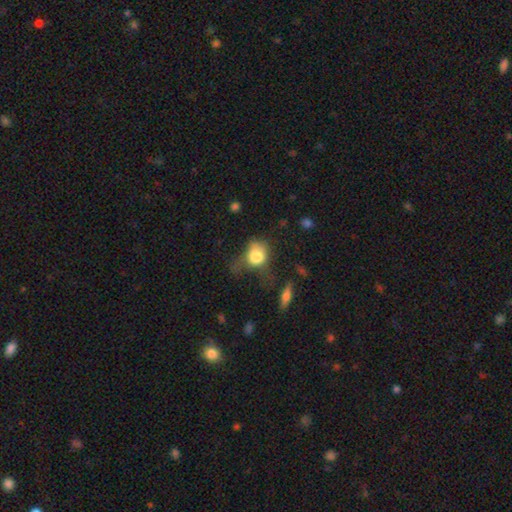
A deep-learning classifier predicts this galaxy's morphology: The model was most divided on "how rounded": in between: 51%, round: 47%, cigar-shaped: 2%. Remaining: smooth or featured — smooth (75%); merging — major disturbance (41%).